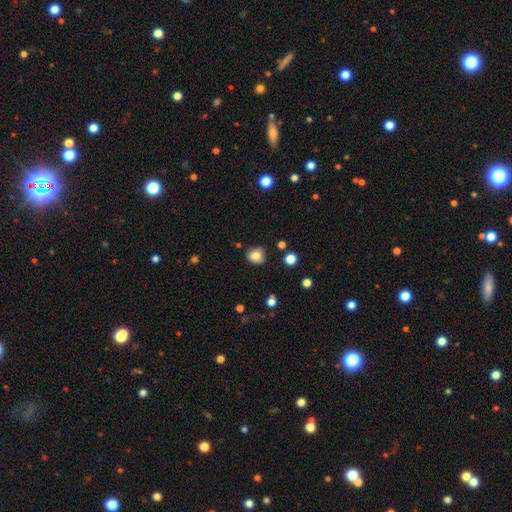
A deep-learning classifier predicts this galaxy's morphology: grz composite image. It shows a smooth galaxy with no disk features (81%) that is round (72%). Merging: none (79%).